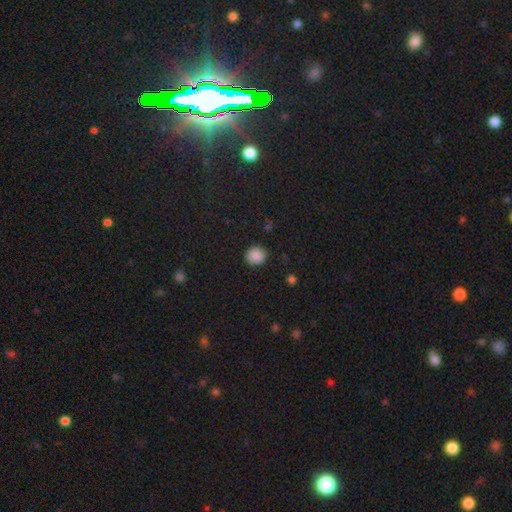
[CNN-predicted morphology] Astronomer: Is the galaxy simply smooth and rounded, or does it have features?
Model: smooth — 87%.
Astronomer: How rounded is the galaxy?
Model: round — 88%.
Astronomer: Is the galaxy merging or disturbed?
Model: none — 89%.